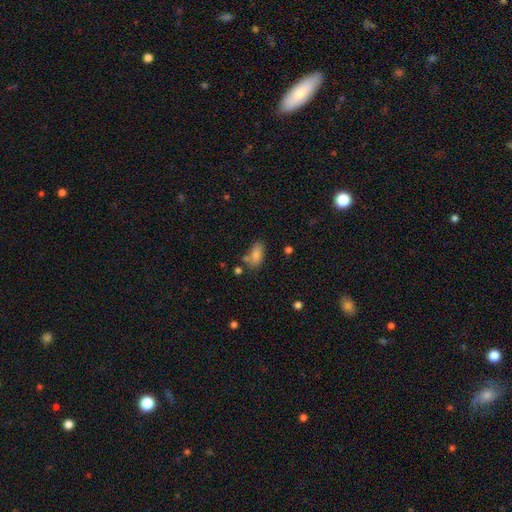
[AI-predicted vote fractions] smooth-or-featured: smooth: 81% | star or artifact: 10% | featured or disk: 9%
  how-rounded: in between: 89% | cigar-shaped: 6% | round: 5%
  merging: none: 61% | minor disturbance: 19% | merger: 14% | major disturbance: 6%